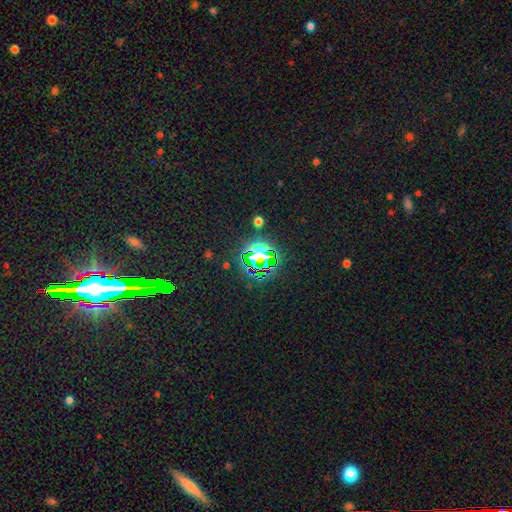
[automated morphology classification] Smooth or featured: star or artifact — 74% (smooth — 17%)